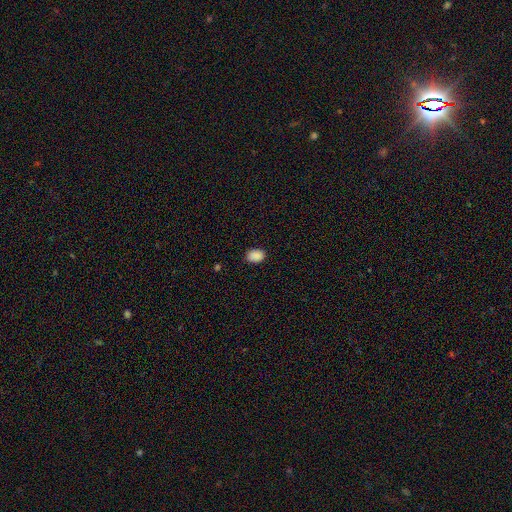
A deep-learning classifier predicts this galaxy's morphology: A smooth galaxy with no disk features (89%) that is in between round and cigar-shaped (79%).

Vote fractions:
- Smooth or featured? smooth: 89% / star or artifact: 8% / featured or disk: 3%
- How rounded? in between: 79% / round: 20% / cigar-shaped: 1%
- Merging? none: 86% / minor disturbance: 11% / major disturbance: 2% / merger: 1%